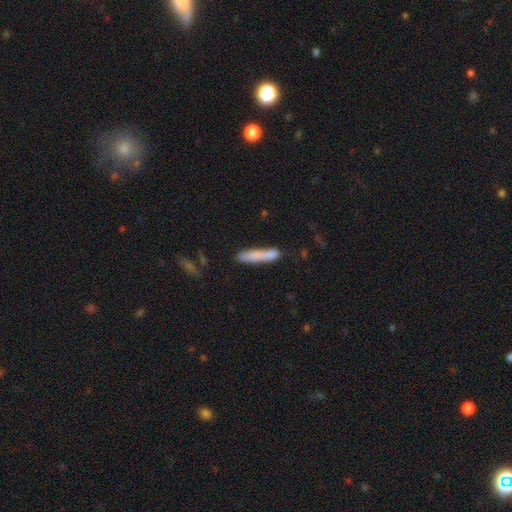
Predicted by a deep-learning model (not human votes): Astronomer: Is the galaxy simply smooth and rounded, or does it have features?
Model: smooth — 78%.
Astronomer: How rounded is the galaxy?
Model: cigar-shaped — 89%.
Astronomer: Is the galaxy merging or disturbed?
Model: none — 68%.